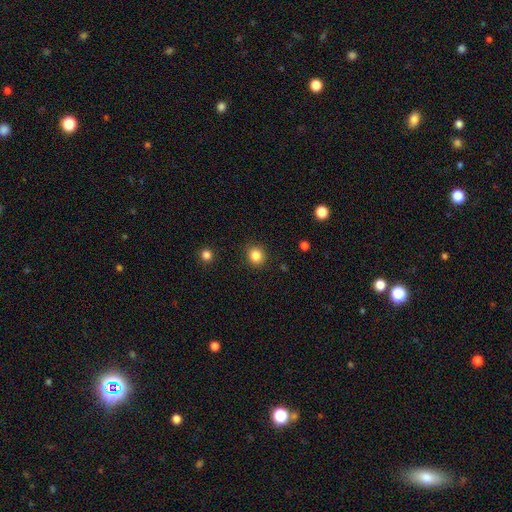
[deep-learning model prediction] Morphology: type=smooth (85%); roundness=round (81%); merging=none (89%).